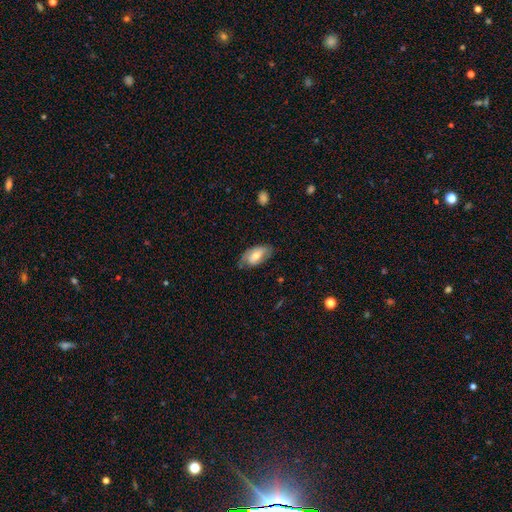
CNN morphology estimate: A smooth galaxy with no disk features (52%) that is in between round and cigar-shaped (92%).

Vote fractions:
- Smooth or featured? smooth: 52% / featured or disk: 42% / star or artifact: 7%
- How rounded? in between: 92% / round: 4% / cigar-shaped: 4%
- Merging? none: 67% / minor disturbance: 25% / major disturbance: 7% / merger: 1%